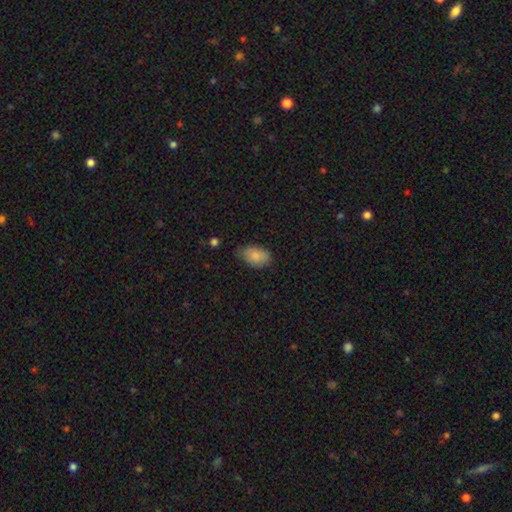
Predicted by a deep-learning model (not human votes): Smooth or featured? Predicted: smooth (p=0.85). How rounded? Predicted: in between (p=0.90). Merging? Predicted: none (p=0.68).